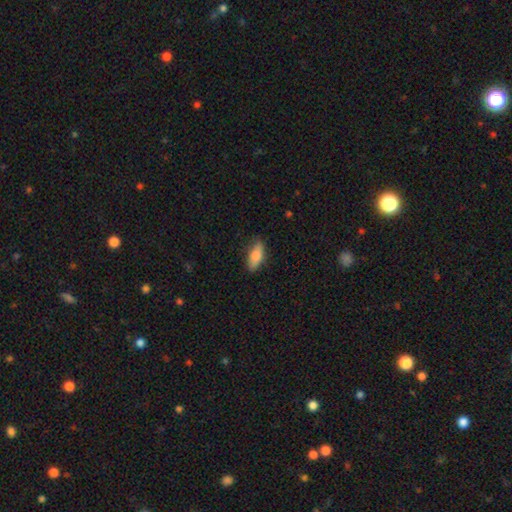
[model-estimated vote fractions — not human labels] smooth_or_featured: smooth (p=0.77) [alt: featured or disk p=0.16]
how_rounded: in between (p=0.76) [alt: cigar-shaped p=0.22]
merging: none (p=0.79) [alt: minor disturbance p=0.17]